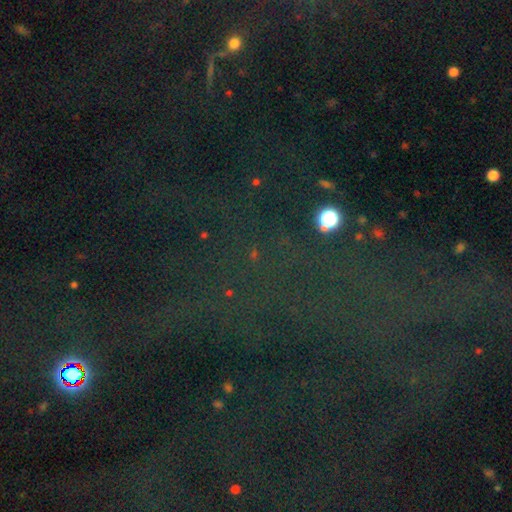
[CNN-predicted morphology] This appears to be a star or artifact, not a galaxy (80%).